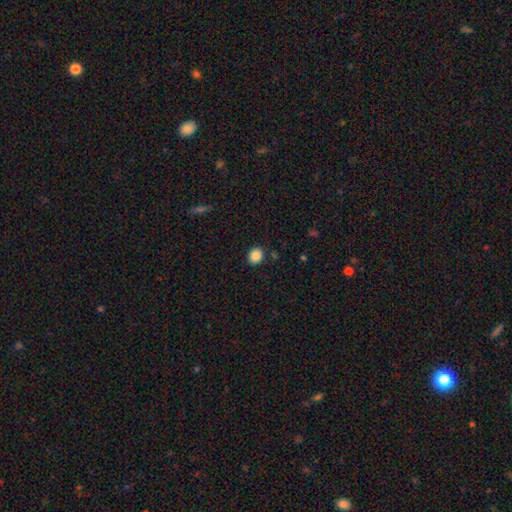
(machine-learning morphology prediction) This is clearly a smooth galaxy (87%). How rounded: likely round (67%). Merging: clearly none (87%).